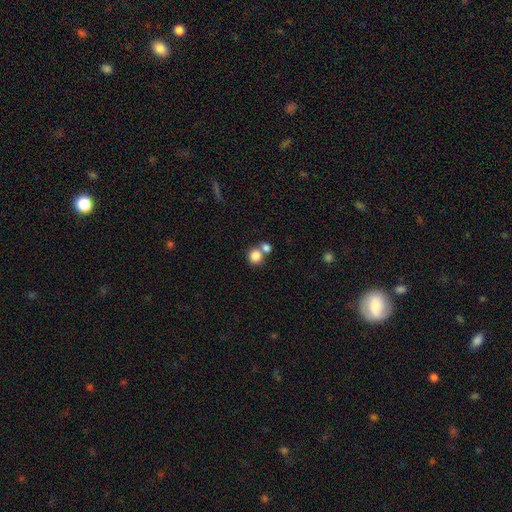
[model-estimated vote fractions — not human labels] Smooth or featured: smooth — 83% (star or artifact — 10%)
How rounded: round — 88% (in between — 11%)
Merging: none — 52% (merger — 37%)